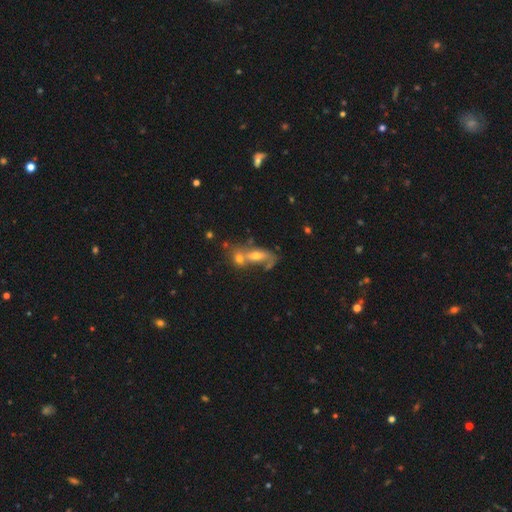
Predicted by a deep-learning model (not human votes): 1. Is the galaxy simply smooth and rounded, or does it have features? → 46% featured or disk, 40% smooth, 13% star or artifact.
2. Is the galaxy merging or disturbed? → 57% merger, 22% none, 11% major disturbance, 10% minor disturbance.